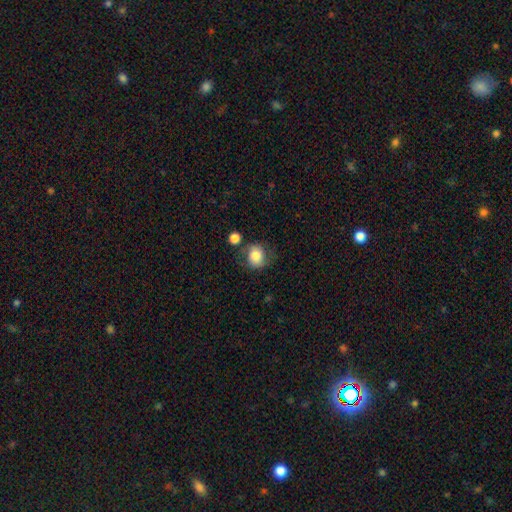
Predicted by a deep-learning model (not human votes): This is likely a smooth galaxy (80%). How rounded: likely round (72%). Merging: likely none (65%).